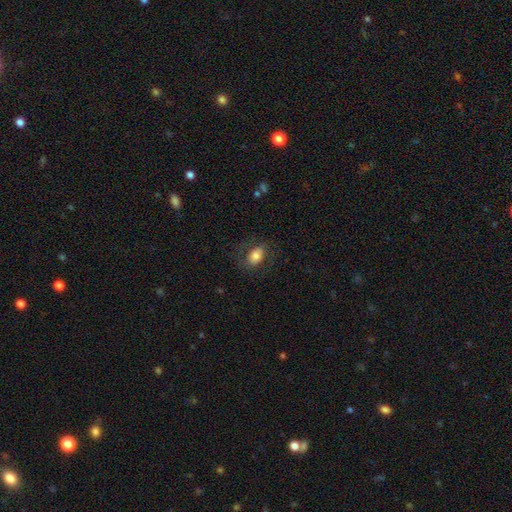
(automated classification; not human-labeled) Smooth or featured? Predicted: smooth (p=0.76). How rounded? Predicted: in between (p=0.85). Merging? Predicted: none (p=0.73).